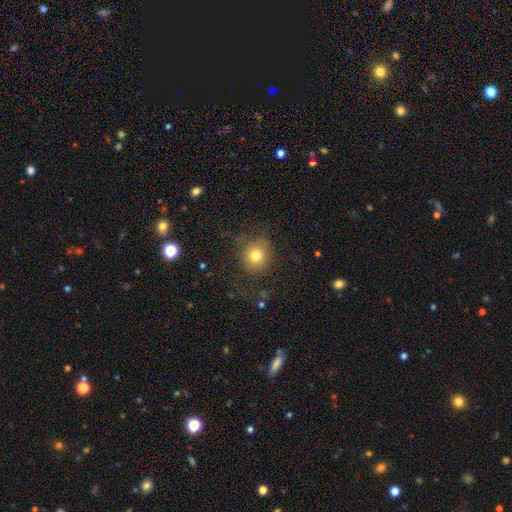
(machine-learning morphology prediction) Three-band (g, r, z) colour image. It shows a smooth galaxy with no disk features (76%) that is round (82%). Merging: none (70%).